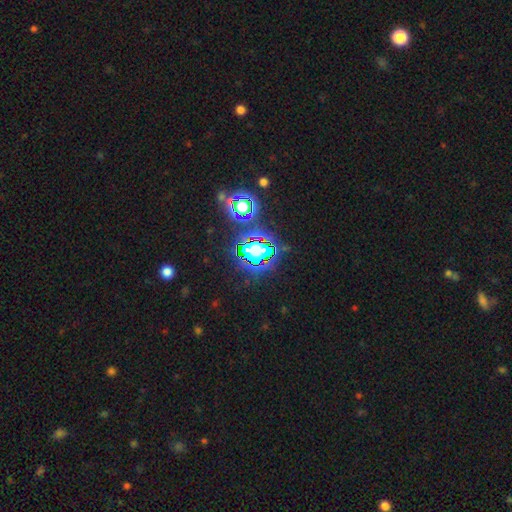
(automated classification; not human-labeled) A star or artifact, not a galaxy (81%).

Vote fractions:
- Smooth or featured? star or artifact: 81% / smooth: 11% / featured or disk: 8%